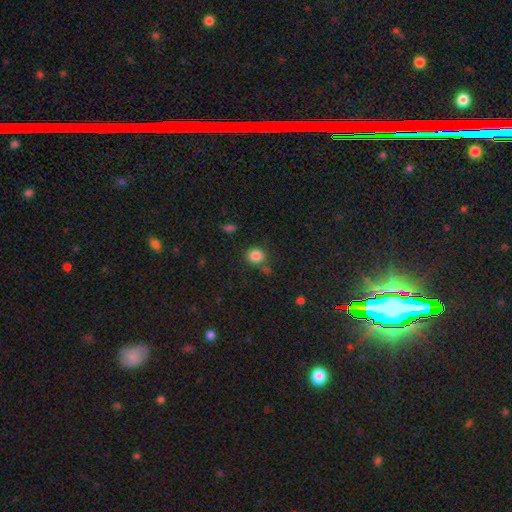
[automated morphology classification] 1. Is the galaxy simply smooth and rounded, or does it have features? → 84% smooth, 11% star or artifact, 5% featured or disk.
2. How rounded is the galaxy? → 85% round, 14% in between, 1% cigar-shaped.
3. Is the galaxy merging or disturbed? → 76% none, 11% minor disturbance, 9% merger, 4% major disturbance.